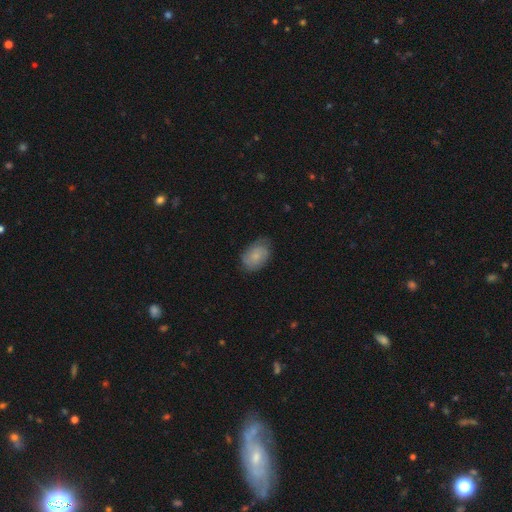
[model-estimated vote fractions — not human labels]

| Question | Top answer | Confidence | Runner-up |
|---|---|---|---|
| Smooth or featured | smooth | 69% | featured or disk (24%) |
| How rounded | in between | 85% | round (13%) |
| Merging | none | 69% | minor disturbance (25%) |